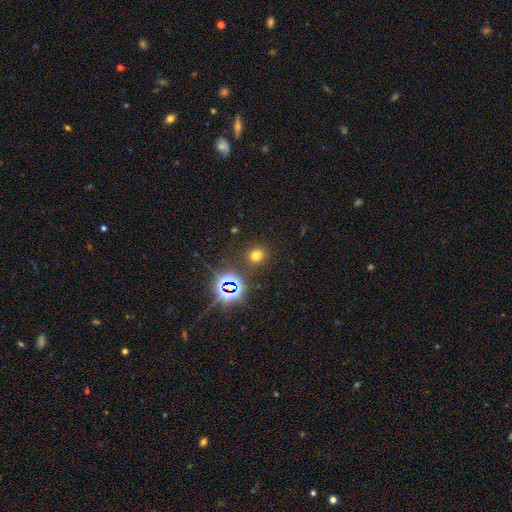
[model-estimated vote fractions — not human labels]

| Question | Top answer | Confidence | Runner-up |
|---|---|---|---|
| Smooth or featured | smooth | 63% | star or artifact (30%) |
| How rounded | round | 73% | in between (26%) |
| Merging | none | 85% | minor disturbance (8%) |